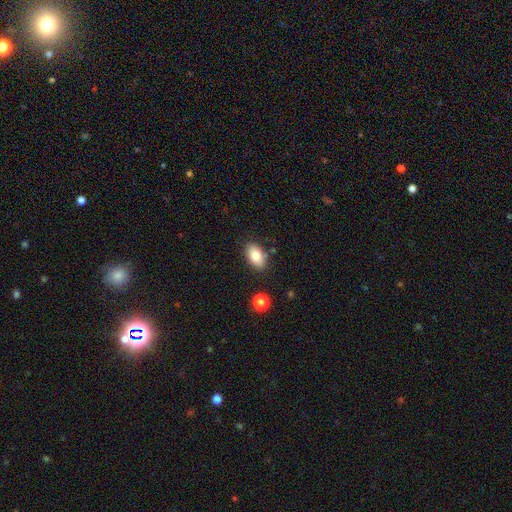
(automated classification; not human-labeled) This appears to be a smooth galaxy with no disk features (82%) that is in between round and cigar-shaped (91%). Merging: none (82%).